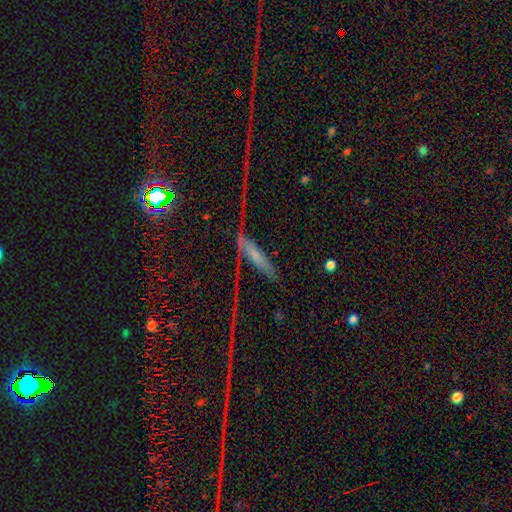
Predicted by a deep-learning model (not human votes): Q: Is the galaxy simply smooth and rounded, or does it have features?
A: featured or disk — 50%.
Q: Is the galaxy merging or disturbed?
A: none — 38%.